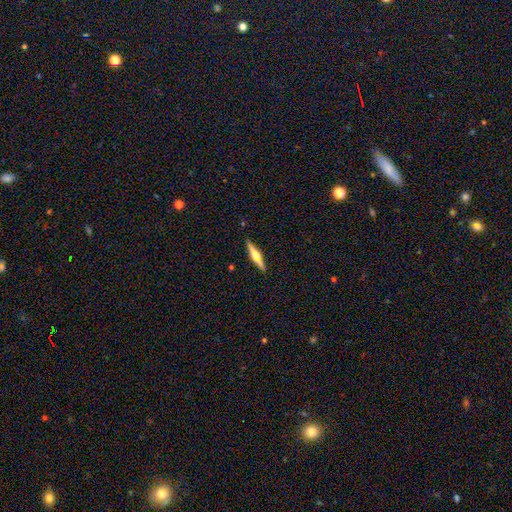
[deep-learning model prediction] A featured or disk galaxy (63%) viewed edge-on (97%) with a rounded central bulge (92%). Merging: none (90%).